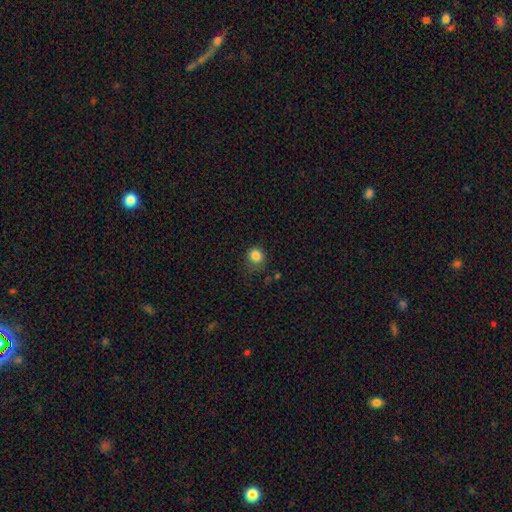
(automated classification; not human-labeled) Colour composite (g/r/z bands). It shows a smooth galaxy with no disk features (84%) that is round (79%). Merging: none (70%).